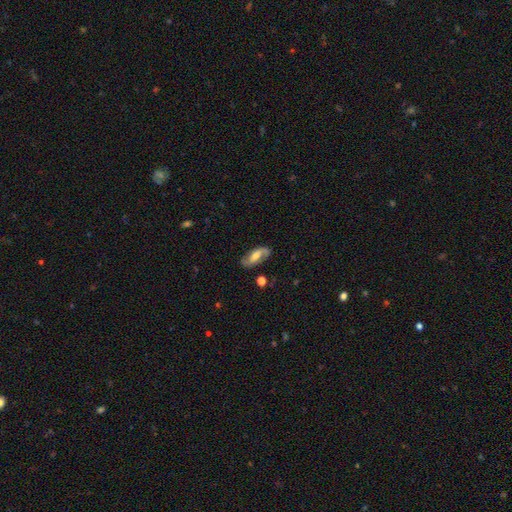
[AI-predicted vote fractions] smooth-or-featured: featured or disk: 69% | smooth: 25% | star or artifact: 7%
  disk-edge-on: no: 92% | yes: 8%
    bar: no: 41% | weak: 40% | strong: 19%
    has-spiral-arms: yes: 91% | no: 9%
      spiral-winding: loose: 50% | medium: 35% | tight: 15%
      spiral-arm-count: 2: 88% | can't tell: 5% | 1: 4% | 3: 1% | 4: 1% | more than 4: 1%
    bulge-size: moderate: 56% | small: 29% | large: 9% | none: 5% | dominant: 1%
  merging: none: 79% | minor disturbance: 15% | major disturbance: 4% | merger: 2%